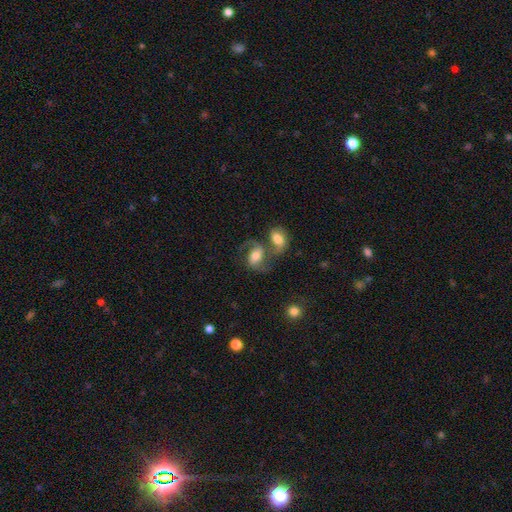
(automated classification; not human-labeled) A featured or disk galaxy (65%) with no bar (46%), 2 (87%) medium (51%) spiral arms (90%) and a moderate central bulge (61%).

Vote fractions:
- Smooth or featured? featured or disk: 65% / smooth: 27% / star or artifact: 8%
- Edge-on disk? no: 97% / yes: 3%
- Bar? no: 46% / weak: 37% / strong: 18%
- Spiral arms? yes: 90% / no: 10%
- Spiral winding? medium: 51% / loose: 36% / tight: 13%
- Spiral arm count? 2: 87% / 1: 6% / can't tell: 4% / 3: 1% / 4: 1% / more than 4: 1%
- Bulge size? moderate: 61% / large: 20% / small: 14% / none: 3% / dominant: 2%
- Merging? merger: 52% / none: 30% / minor disturbance: 10% / major disturbance: 8%